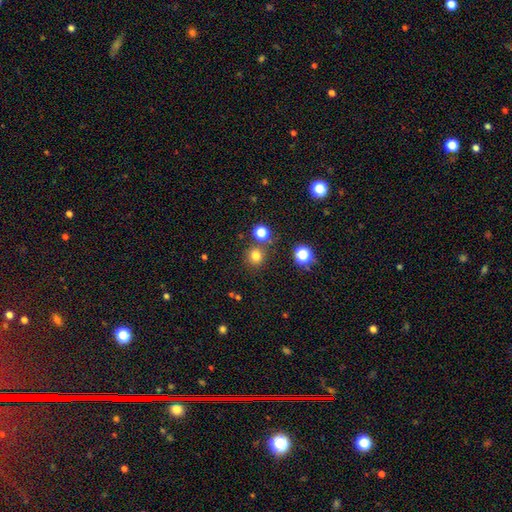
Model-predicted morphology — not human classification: smooth_or_featured: smooth (p=0.77) [alt: star or artifact p=0.17]
how_rounded: round (p=0.90) [alt: in between p=0.09]
merging: none (p=0.80) [alt: merger p=0.09]